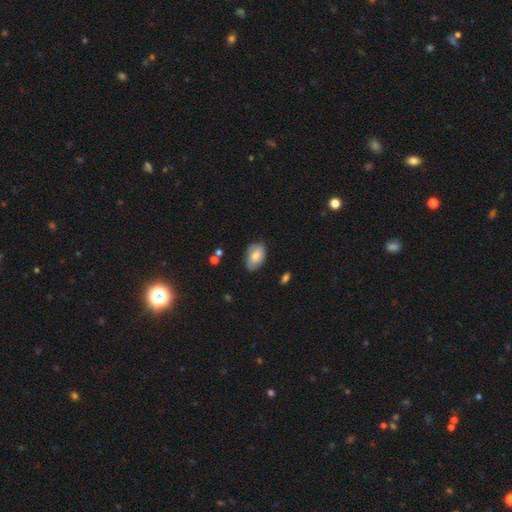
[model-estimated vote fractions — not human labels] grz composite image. It shows a smooth galaxy with no disk features (74%) that is in between round and cigar-shaped (90%). Merging: none (75%).